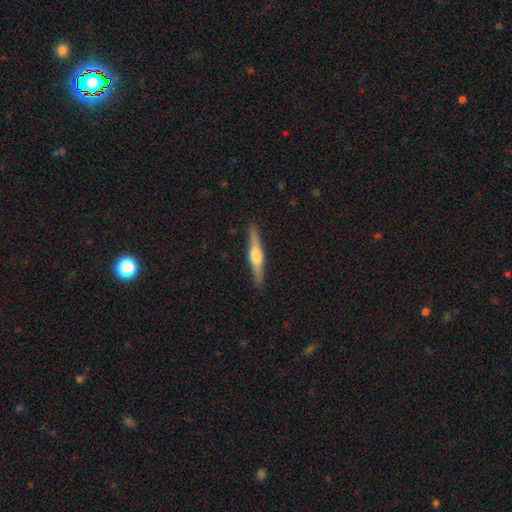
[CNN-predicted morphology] This is likely a featured or disk galaxy (66%). It is clearly viewed edge-on (97%). Edge-on bulge: clearly rounded (88%). Merging: clearly none (90%).